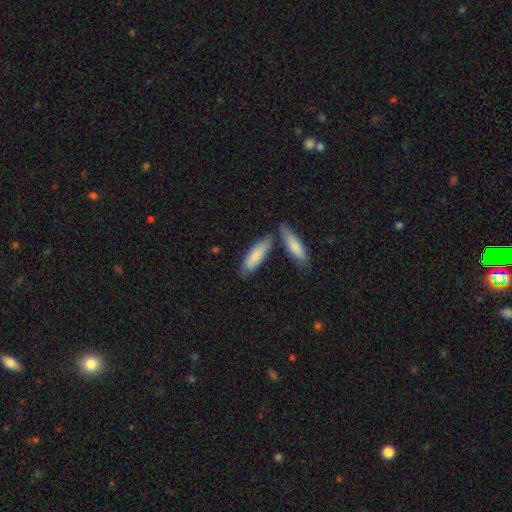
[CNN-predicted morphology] type=smooth (78%); roundness=cigar-shaped (50%); merging=none (61%).